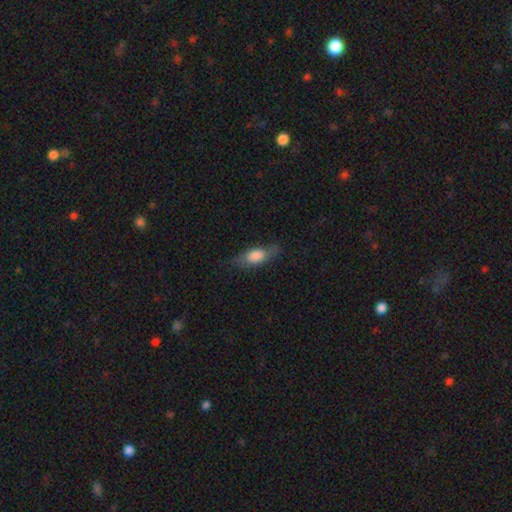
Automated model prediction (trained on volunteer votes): The model was most divided on "smooth or featured": smooth: 70%, featured or disk: 23%, star or artifact: 7%. More confident: how rounded — in between (75%); merging — none (71%).